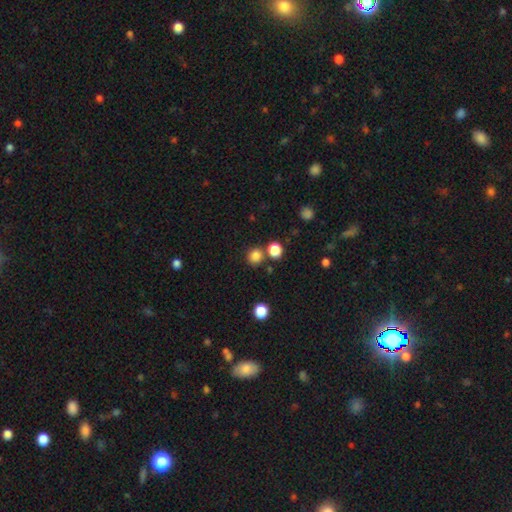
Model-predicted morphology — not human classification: This appears to be a smooth galaxy with no disk features (82%) that is round (86%). Merging: none (74%).